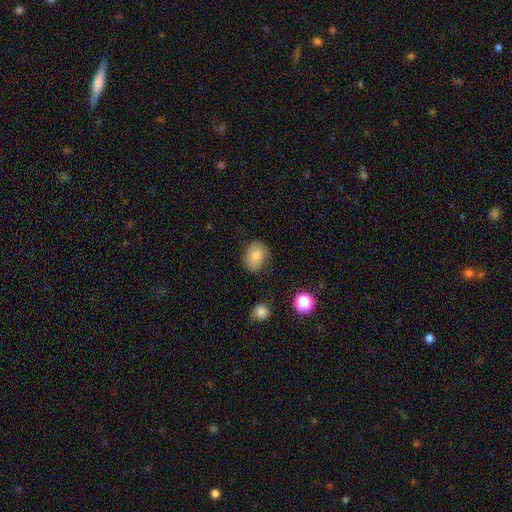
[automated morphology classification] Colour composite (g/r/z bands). It shows a smooth galaxy with no disk features (79%) that is in between round and cigar-shaped (69%). Merging: none (79%).